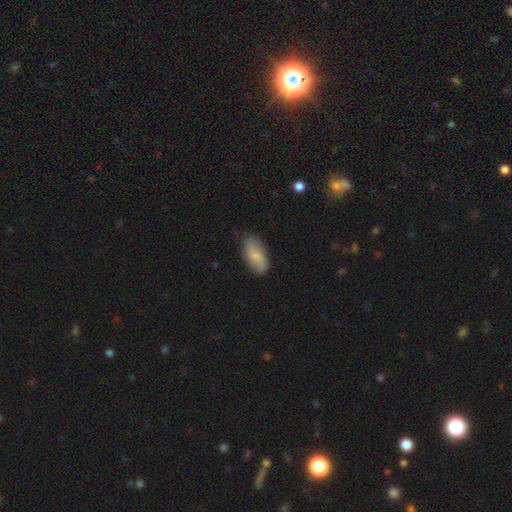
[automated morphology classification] Smooth or featured? Predicted: smooth (p=0.78). How rounded? Predicted: in between (p=0.92). Merging? Predicted: none (p=0.79).